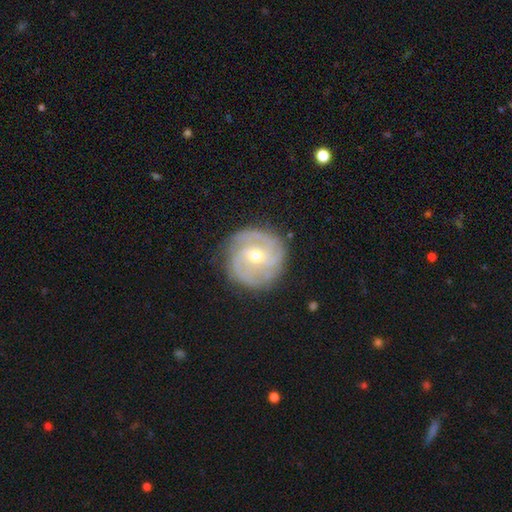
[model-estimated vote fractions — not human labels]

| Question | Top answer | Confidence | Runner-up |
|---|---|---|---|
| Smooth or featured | featured or disk | 86% | smooth (9%) |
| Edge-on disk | no | 98% | yes (2%) |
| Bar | weak | 46% | no (40%) |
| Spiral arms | yes | 96% | no (4%) |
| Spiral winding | tight | 57% | medium (35%) |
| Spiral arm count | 3 | 33% | 2 (28%) |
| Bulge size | moderate | 54% | small (43%) |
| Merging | none | 83% | minor disturbance (12%) |